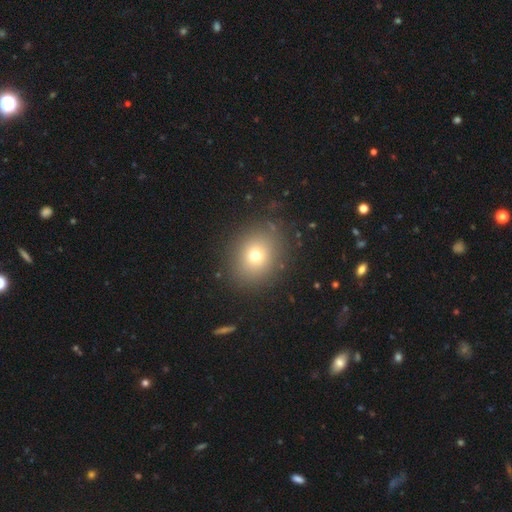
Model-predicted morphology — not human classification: Smooth or featured: smooth — 71% (star or artifact — 17%)
How rounded: round — 73% (in between — 26%)
Merging: none — 86% (minor disturbance — 8%)